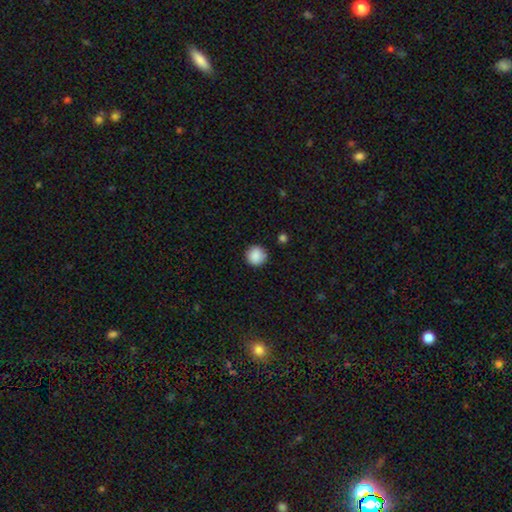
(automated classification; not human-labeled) A smooth galaxy with no disk features (88%) that is round (94%). Merging: none (88%).